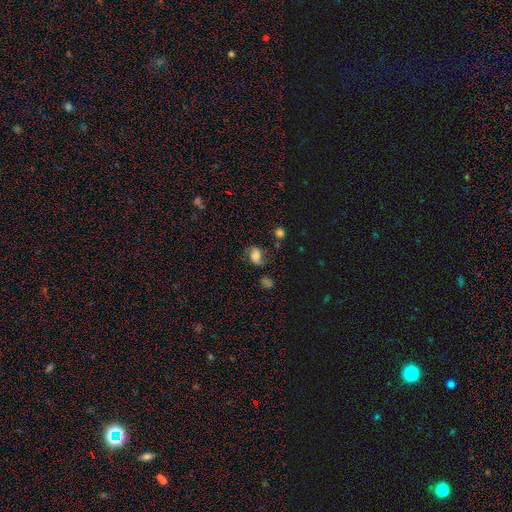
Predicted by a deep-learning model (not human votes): Q: Smooth or featured?
A: smooth (60%); runner-up: featured or disk (28%)
Q: How rounded?
A: in between (70%); runner-up: round (28%)
Q: Merging?
A: none (59%); runner-up: minor disturbance (24%)